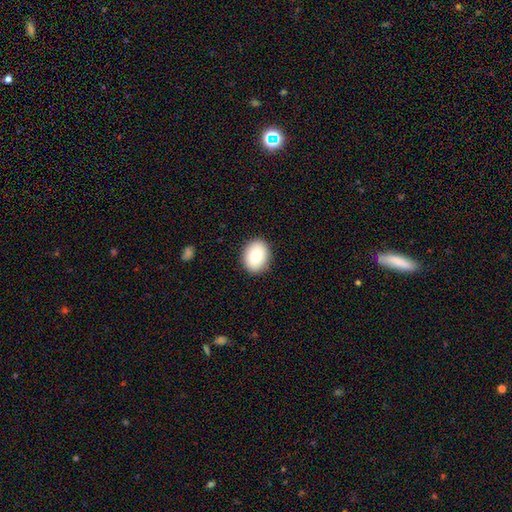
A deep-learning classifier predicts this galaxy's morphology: A smooth galaxy with no disk features (80%) that is in between round and cigar-shaped (57%).

Vote fractions:
- Smooth or featured? smooth: 80% / featured or disk: 12% / star or artifact: 8%
- How rounded? in between: 57% / round: 42% / cigar-shaped: 1%
- Merging? none: 89% / minor disturbance: 8% / major disturbance: 2% / merger: 1%